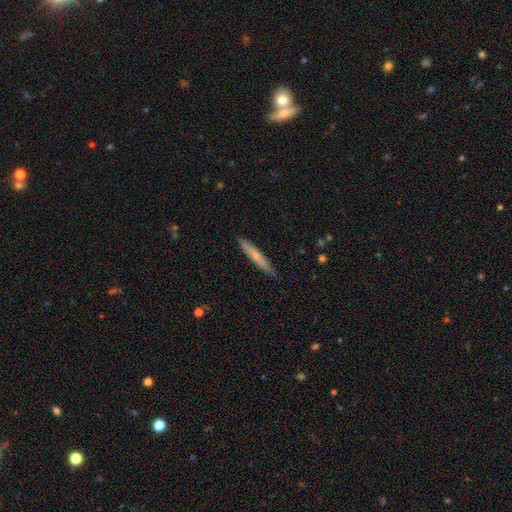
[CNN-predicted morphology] A smooth galaxy with no disk features (59%) that is cigar-shaped (94%).

Vote fractions:
- Smooth or featured? smooth: 59% / featured or disk: 35% / star or artifact: 6%
- How rounded? cigar-shaped: 94% / in between: 5% / round: 1%
- Merging? none: 89% / minor disturbance: 9% / major disturbance: 1% / merger: 1%